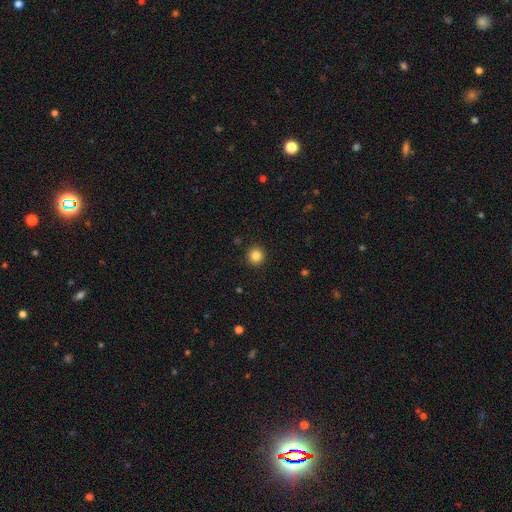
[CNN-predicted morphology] Smooth or featured?
  - smooth: 85% *
  - star or artifact: 11%
  - featured or disk: 5%
How rounded?
  - round: 95% *
  - in between: 4%
  - cigar-shaped: 1%
Merging?
  - none: 92% *
  - minor disturbance: 5%
  - major disturbance: 2%
  - merger: 1%